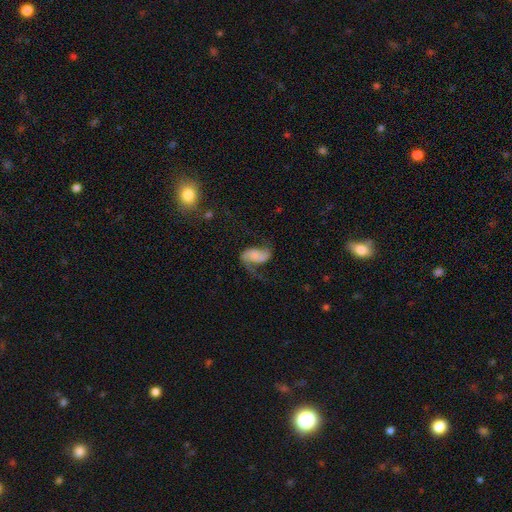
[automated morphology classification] Smooth or featured?
  - featured or disk: 64% *
  - smooth: 27%
  - star or artifact: 9%
Edge-on disk?
  - no: 97% *
  - yes: 3%
Bar?
  - no: 56% *
  - weak: 30%
  - strong: 14%
Spiral arms?
  - yes: 90% *
  - no: 10%
Spiral winding?
  - loose: 68% *
  - medium: 25%
  - tight: 7%
Spiral arm count?
  - 2: 84% *
  - 1: 10%
  - can't tell: 3%
  - 3: 1%
  - 4: 1%
  - more than 4: 1%
Bulge size?
  - none: 51% *
  - small: 22%
  - moderate: 12%
  - large: 10%
  - dominant: 5%
Merging?
  - none: 47% *
  - major disturbance: 29%
  - minor disturbance: 22%
  - merger: 3%